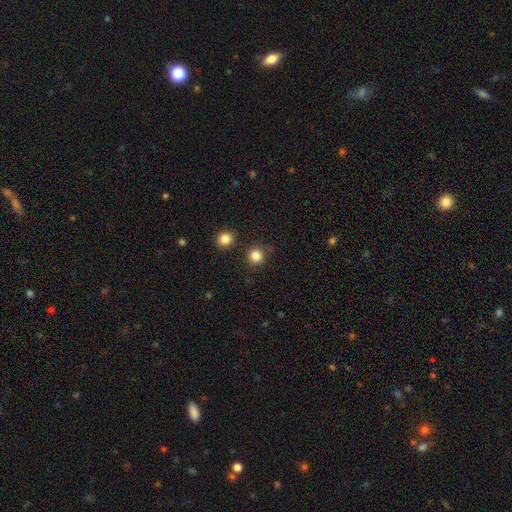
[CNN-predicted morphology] smooth 84%, star or artifact 12%, featured or disk 4%. Down the decision tree: how rounded — round (93%); merging — none (86%).